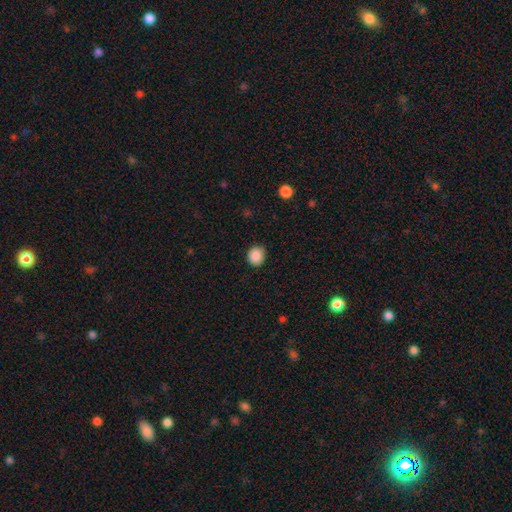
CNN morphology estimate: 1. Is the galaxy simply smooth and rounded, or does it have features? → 88% smooth, 9% star or artifact, 3% featured or disk.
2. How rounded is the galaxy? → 78% round, 21% in between, 1% cigar-shaped.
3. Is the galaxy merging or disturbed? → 88% none, 9% minor disturbance, 2% major disturbance, 1% merger.